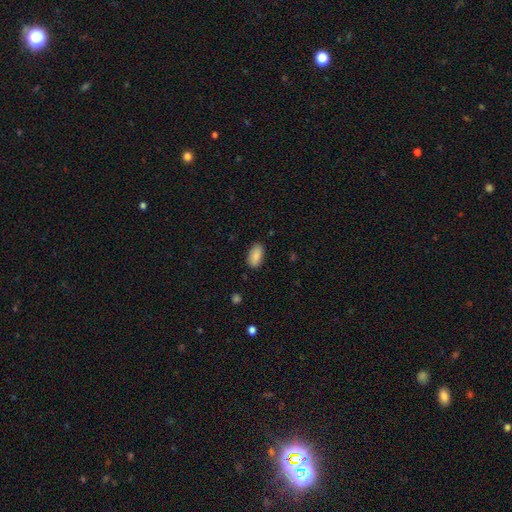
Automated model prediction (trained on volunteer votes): Smooth or featured? Predicted: smooth (p=0.89). How rounded? Predicted: in between (p=0.93). Merging? Predicted: none (p=0.87).